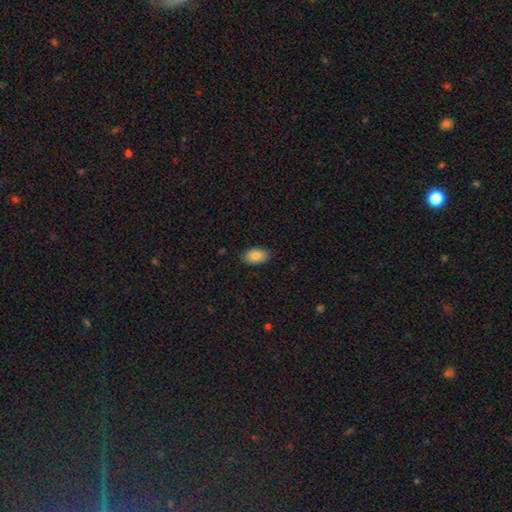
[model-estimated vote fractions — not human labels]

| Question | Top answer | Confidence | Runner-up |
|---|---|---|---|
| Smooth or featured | smooth | 86% | star or artifact (7%) |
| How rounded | in between | 92% | round (6%) |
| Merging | none | 85% | minor disturbance (12%) |